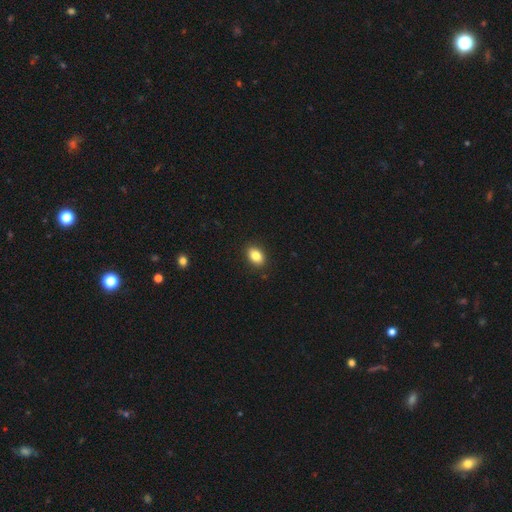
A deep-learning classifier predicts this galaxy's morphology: type=smooth (85%); roundness=in between (83%); merging=none (89%).